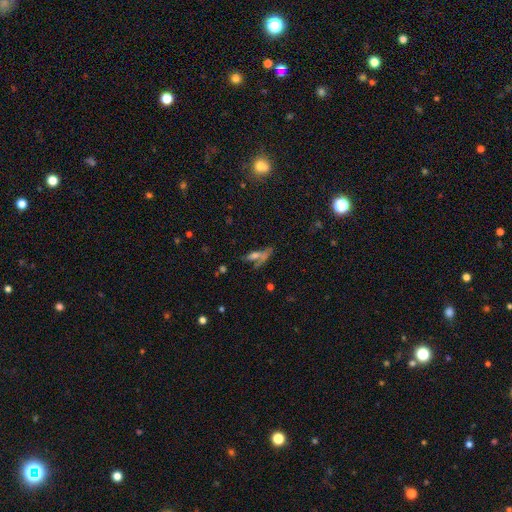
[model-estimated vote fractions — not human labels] A smooth galaxy with no disk features (44%).

Vote fractions:
- Smooth or featured? smooth: 44% / featured or disk: 35% / star or artifact: 22%
- Merging? none: 43% / merger: 22% / major disturbance: 18% / minor disturbance: 17%